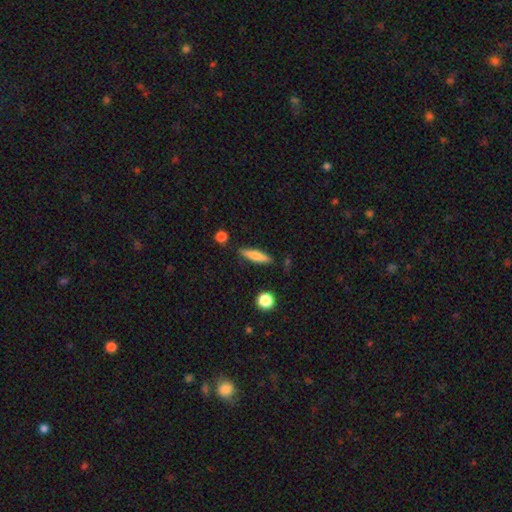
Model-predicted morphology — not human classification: smooth 69%, featured or disk 25%, star or artifact 7%. Down the decision tree: how rounded — cigar-shaped (79%); merging — none (84%).